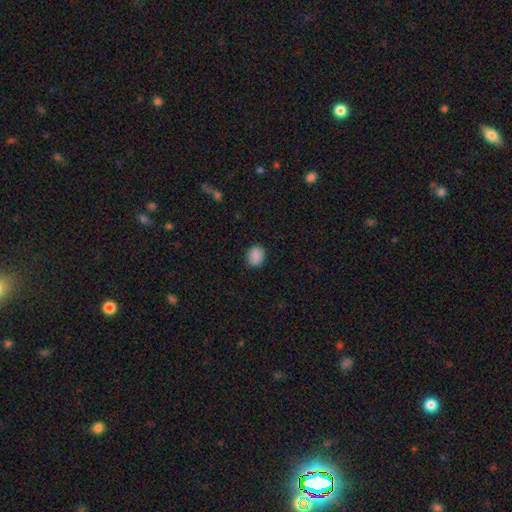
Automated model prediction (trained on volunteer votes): The model was most divided on "how rounded": round: 67%, in between: 32%, cigar-shaped: 1%. More confident: smooth or featured — smooth (87%); merging — none (82%).